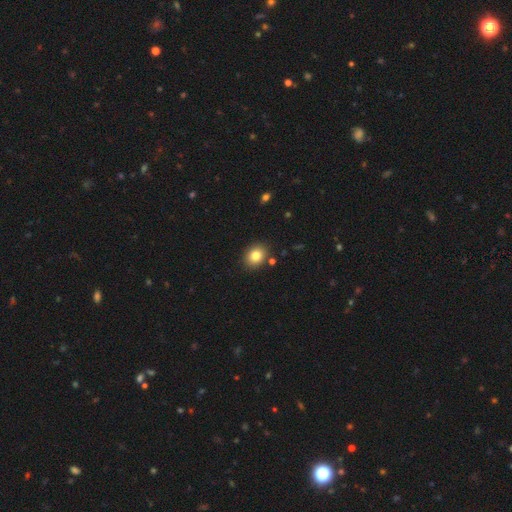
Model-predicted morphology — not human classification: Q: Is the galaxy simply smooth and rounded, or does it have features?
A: smooth — 83%.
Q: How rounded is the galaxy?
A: round — 55%.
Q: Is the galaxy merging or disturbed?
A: none — 86%.